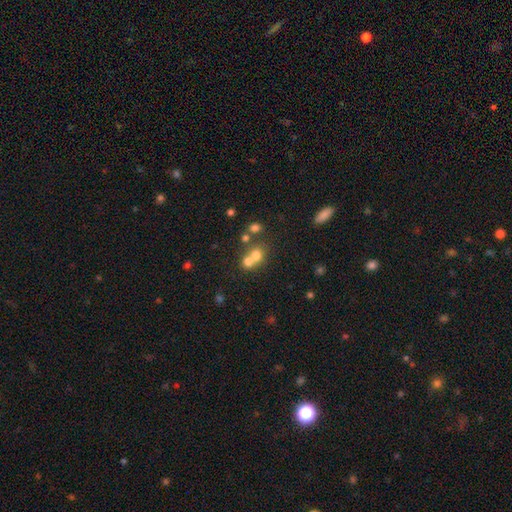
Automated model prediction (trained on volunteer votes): Smooth or featured?
  - smooth: 68% *
  - star or artifact: 16%
  - featured or disk: 16%
How rounded?
  - round: 80% *
  - in between: 19%
  - cigar-shaped: 1%
Merging?
  - merger: 57% *
  - none: 34%
  - minor disturbance: 6%
  - major disturbance: 3%